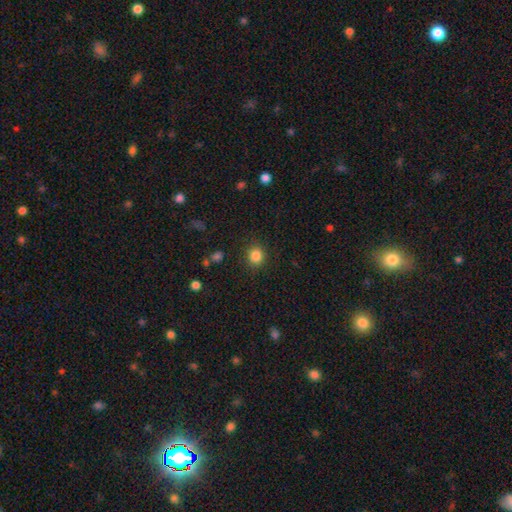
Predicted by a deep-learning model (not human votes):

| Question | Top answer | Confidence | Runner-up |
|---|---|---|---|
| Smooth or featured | smooth | 84% | star or artifact (11%) |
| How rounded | round | 81% | in between (18%) |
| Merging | none | 87% | minor disturbance (8%) |